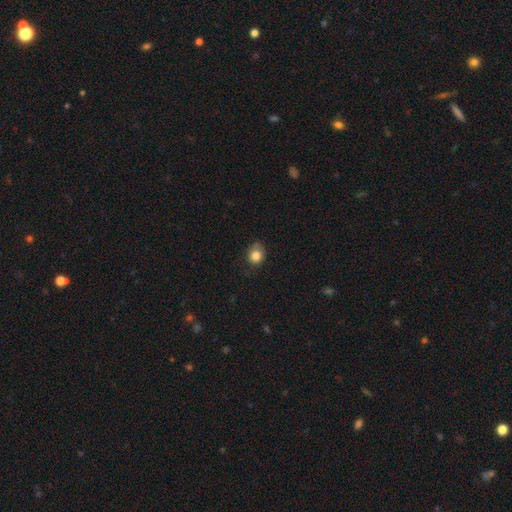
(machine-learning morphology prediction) This appears to be a smooth galaxy with no disk features (83%) that is round (69%). Merging: none (64%).